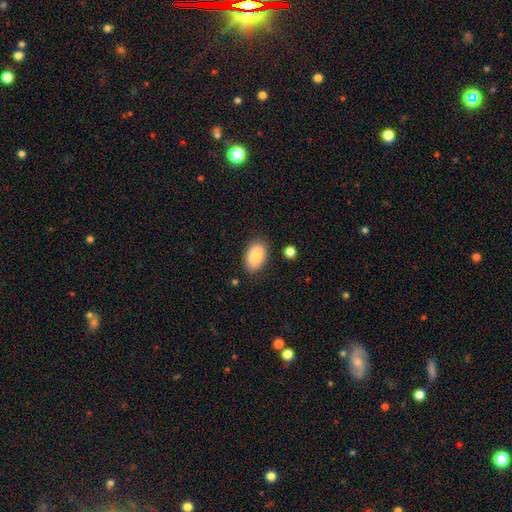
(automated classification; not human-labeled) Smooth or featured? smooth (86%)
How rounded? in between (93%)
Merging? none (85%)